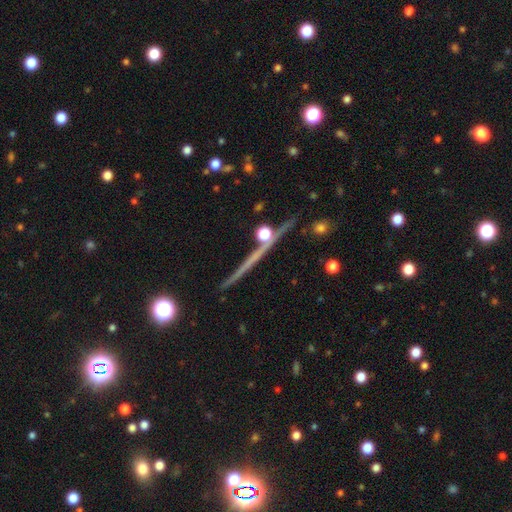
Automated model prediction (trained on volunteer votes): Morphology: type=featured or disk (65%); edge-on=yes (95%); edge-on bulge=none (46%); merging=none (82%).